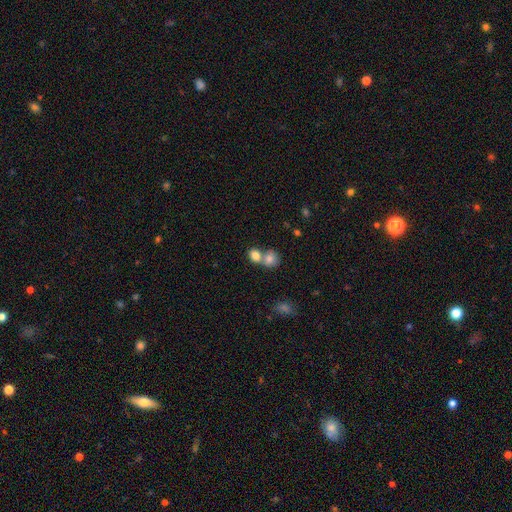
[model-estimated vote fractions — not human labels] A smooth galaxy with no disk features (81%) that is round (51%).

Vote fractions:
- Smooth or featured? smooth: 81% / featured or disk: 10% / star or artifact: 9%
- How rounded? round: 51% / in between: 47% / cigar-shaped: 1%
- Merging? merger: 61% / none: 29% / minor disturbance: 6% / major disturbance: 3%